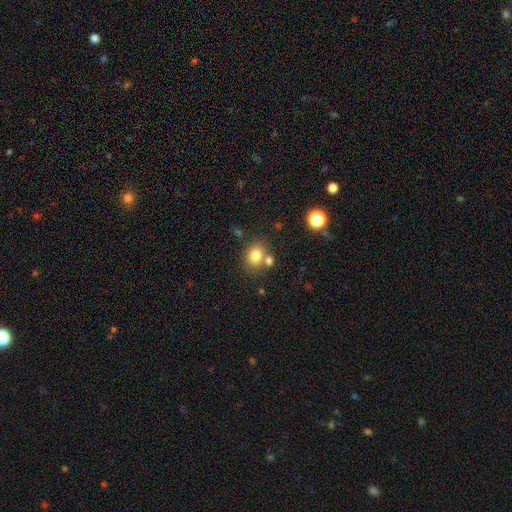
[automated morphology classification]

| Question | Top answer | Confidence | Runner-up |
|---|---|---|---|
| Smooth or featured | smooth | 79% | star or artifact (11%) |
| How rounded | round | 52% | in between (47%) |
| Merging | none | 65% | merger (19%) |